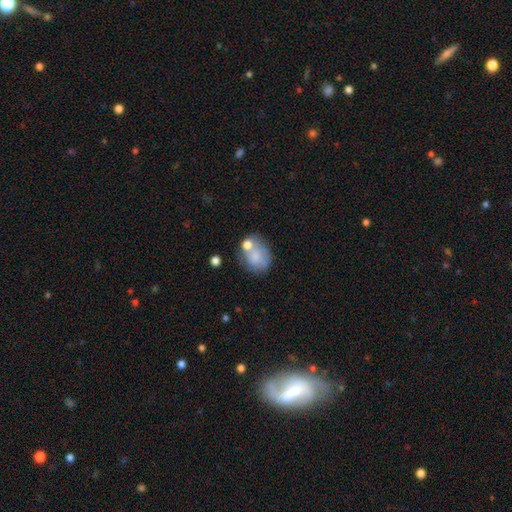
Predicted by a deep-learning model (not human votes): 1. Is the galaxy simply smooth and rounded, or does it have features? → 70% smooth, 21% featured or disk, 9% star or artifact.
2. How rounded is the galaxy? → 50% in between, 49% round, 1% cigar-shaped.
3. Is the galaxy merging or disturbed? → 43% none, 24% merger, 22% minor disturbance, 11% major disturbance.